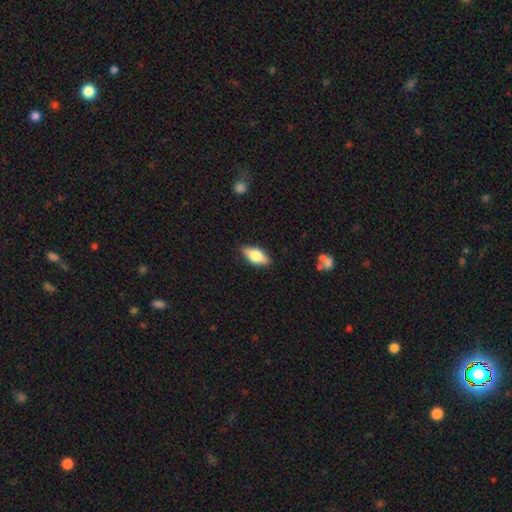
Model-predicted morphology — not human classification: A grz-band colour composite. It shows a smooth galaxy with no disk features (62%) that is in between round and cigar-shaped (81%). Merging: none (85%).